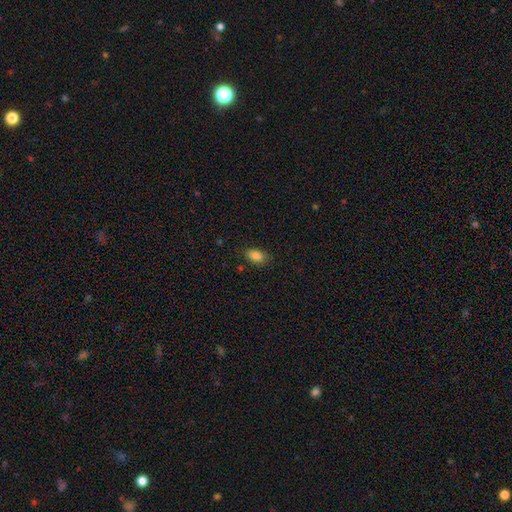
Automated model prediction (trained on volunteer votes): A smooth galaxy with no disk features (85%) that is in between round and cigar-shaped (90%).

Vote fractions:
- Smooth or featured? smooth: 85% / star or artifact: 9% / featured or disk: 6%
- How rounded? in between: 90% / round: 7% / cigar-shaped: 3%
- Merging? none: 81% / minor disturbance: 15% / major disturbance: 3% / merger: 1%